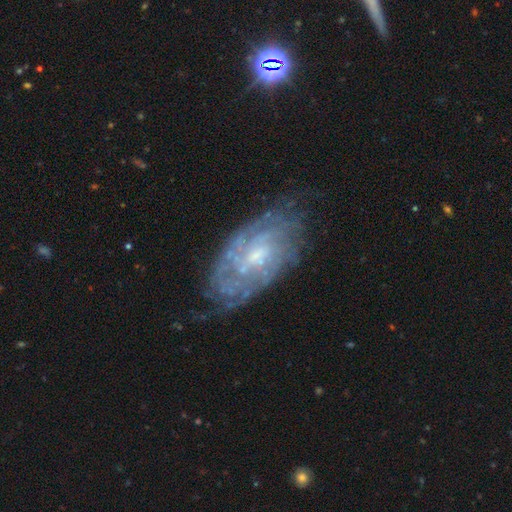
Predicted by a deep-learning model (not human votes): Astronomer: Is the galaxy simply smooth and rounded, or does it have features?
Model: featured or disk — 77%.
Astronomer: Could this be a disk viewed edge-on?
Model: no — 94%.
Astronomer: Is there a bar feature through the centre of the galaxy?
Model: no — 53% (runner-up: weak, 40%).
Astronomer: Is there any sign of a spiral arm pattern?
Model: yes — 83%.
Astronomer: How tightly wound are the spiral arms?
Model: tight — 64%.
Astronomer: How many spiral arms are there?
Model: can't tell — 60%.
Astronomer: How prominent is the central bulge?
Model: small — 52% (runner-up: moderate, 35%).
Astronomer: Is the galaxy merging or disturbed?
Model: none — 68%.